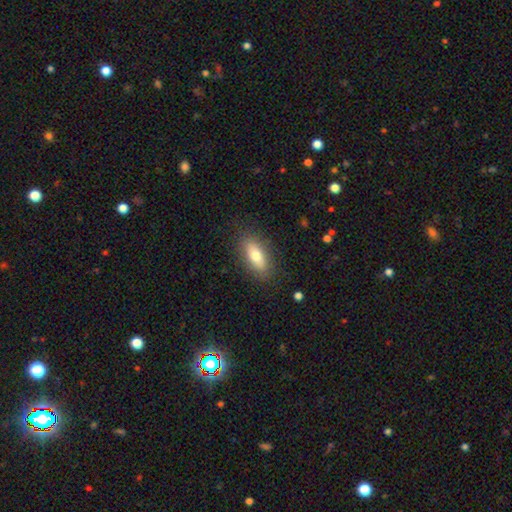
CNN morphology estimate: type=smooth (71%); roundness=in between (77%); merging=none (86%).